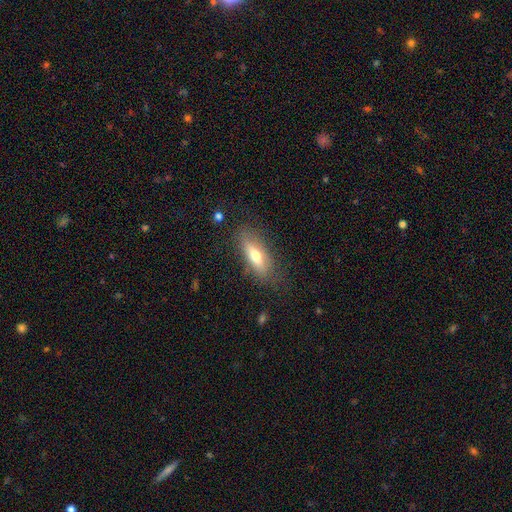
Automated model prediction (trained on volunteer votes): Overall: smooth (63%; featured or disk 29%). How rounded: in between (55%; cigar-shaped 42%). Merging: none (78%).